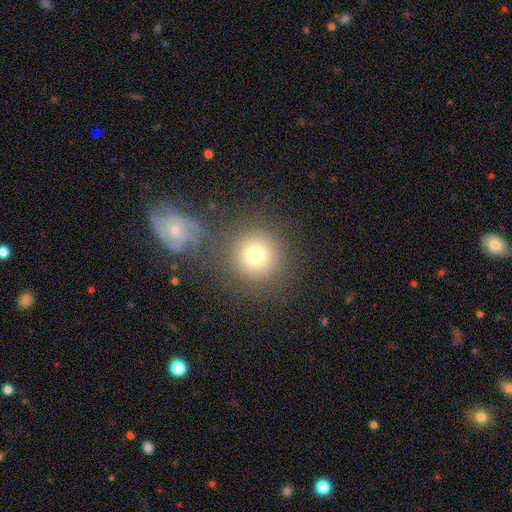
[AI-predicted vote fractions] smooth_or_featured: smooth (p=0.75) [alt: star or artifact p=0.13]
how_rounded: round (p=0.94) [alt: in between p=0.05]
merging: none (p=0.77) [alt: merger p=0.10]